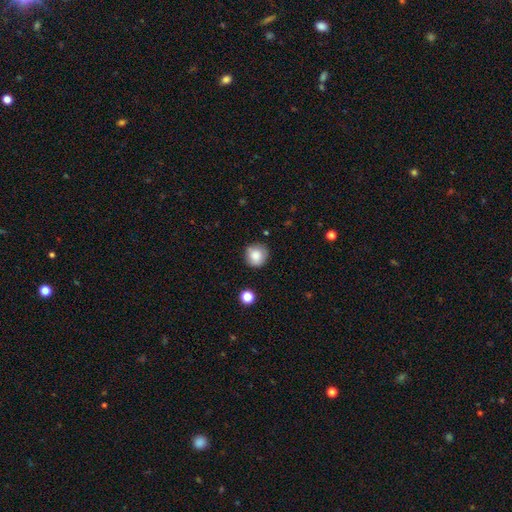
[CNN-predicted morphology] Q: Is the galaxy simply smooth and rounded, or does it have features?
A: smooth — 83%.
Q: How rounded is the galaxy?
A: round — 92%.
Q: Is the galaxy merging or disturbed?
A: none — 79%.